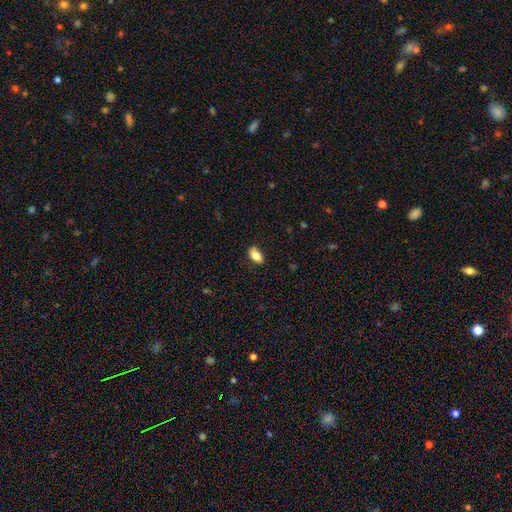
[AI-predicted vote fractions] A smooth galaxy with no disk features (81%) that is in between round and cigar-shaped (89%).

Vote fractions:
- Smooth or featured? smooth: 81% / featured or disk: 12% / star or artifact: 8%
- How rounded? in between: 89% / cigar-shaped: 5% / round: 5%
- Merging? none: 83% / minor disturbance: 14% / major disturbance: 3% / merger: 1%